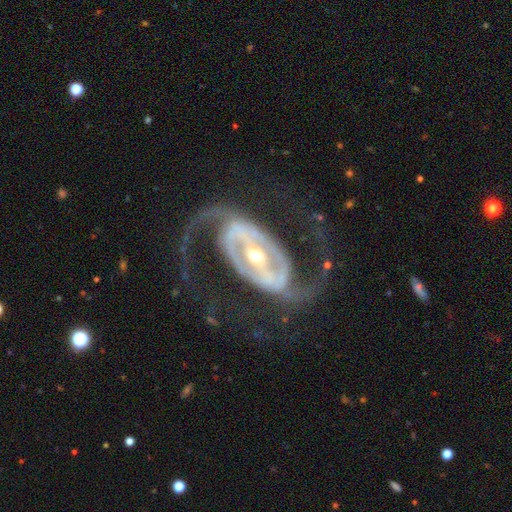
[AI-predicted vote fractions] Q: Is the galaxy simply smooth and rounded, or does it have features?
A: featured or disk — 92%.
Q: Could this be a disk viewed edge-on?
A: no — 96%.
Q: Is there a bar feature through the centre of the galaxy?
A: strong — 62%.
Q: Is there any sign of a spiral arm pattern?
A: yes — 96%.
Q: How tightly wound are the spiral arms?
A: medium — 51%.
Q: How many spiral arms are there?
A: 2 — 91%.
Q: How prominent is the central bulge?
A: moderate — 53%.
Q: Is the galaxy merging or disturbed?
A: none — 69%.